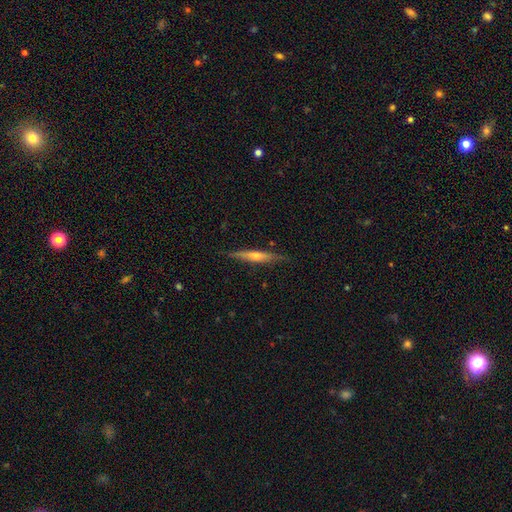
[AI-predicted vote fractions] Smooth or featured? Predicted: featured or disk (p=0.59). Edge-on disk? Predicted: yes (p=0.95). Edge-on bulge? Predicted: rounded (p=0.74). Merging? Predicted: none (p=0.86).